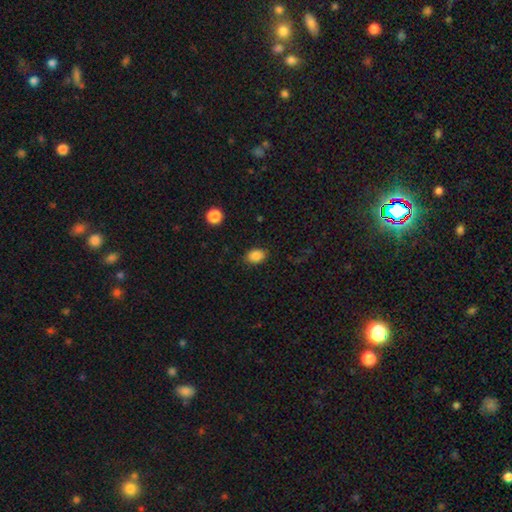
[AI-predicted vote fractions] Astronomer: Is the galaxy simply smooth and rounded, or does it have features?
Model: smooth — 87%.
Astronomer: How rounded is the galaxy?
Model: in between — 73%.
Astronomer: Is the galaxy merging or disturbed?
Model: none — 86%.